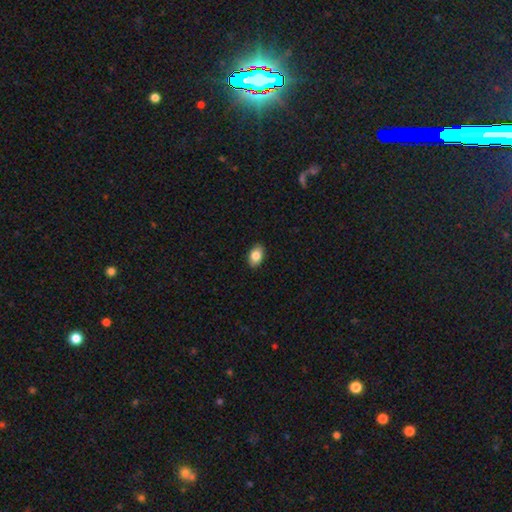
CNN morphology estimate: The model was most divided on "smooth or featured": smooth: 84%, featured or disk: 8%, star or artifact: 7%. More confident: merging — none (89%); how rounded — in between (88%).